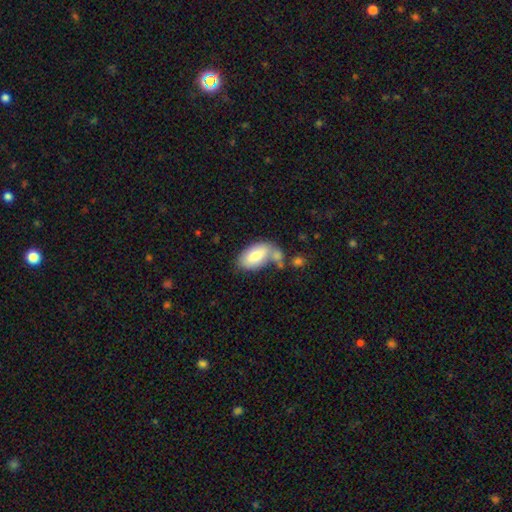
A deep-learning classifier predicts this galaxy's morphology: A smooth galaxy with no disk features (74%) that is in between round and cigar-shaped (94%).

Vote fractions:
- Smooth or featured? smooth: 74% / featured or disk: 20% / star or artifact: 6%
- How rounded? in between: 94% / round: 4% / cigar-shaped: 3%
- Merging? none: 45% / merger: 27% / minor disturbance: 19% / major disturbance: 9%